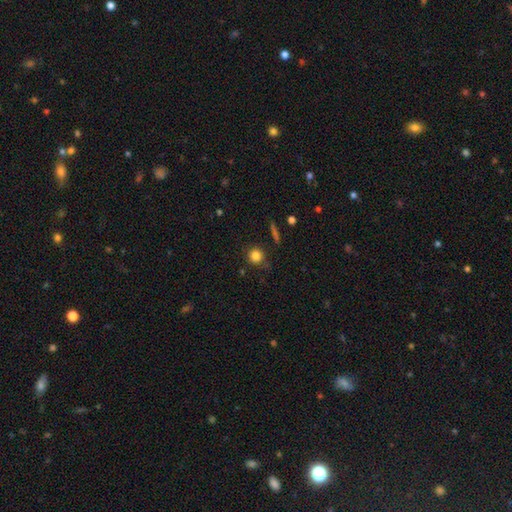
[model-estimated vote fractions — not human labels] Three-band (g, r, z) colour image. It shows a smooth galaxy with no disk features (82%) that is round (91%). Merging: none (78%).